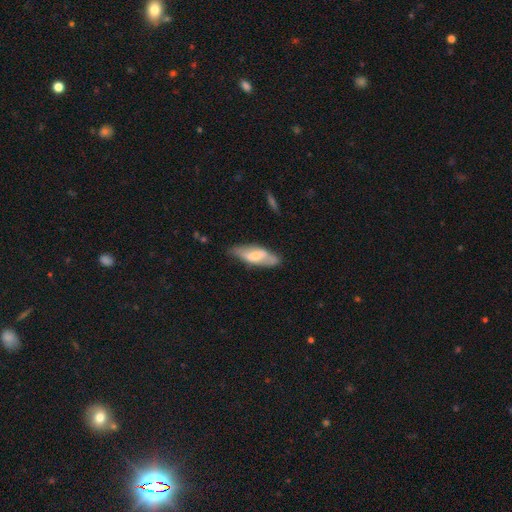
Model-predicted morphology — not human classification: Smooth or featured: smooth — 49% (featured or disk — 45%)
Merging: none — 70% (minor disturbance — 22%)